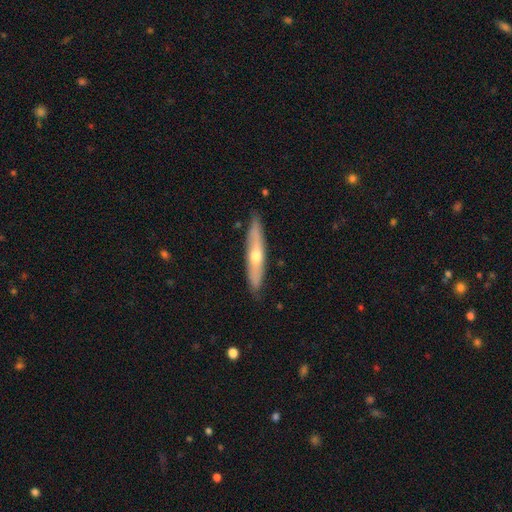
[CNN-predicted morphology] Overall: featured or disk (57%; smooth 37%). Edge-on disk: yes (85%). Merging: none (89%).